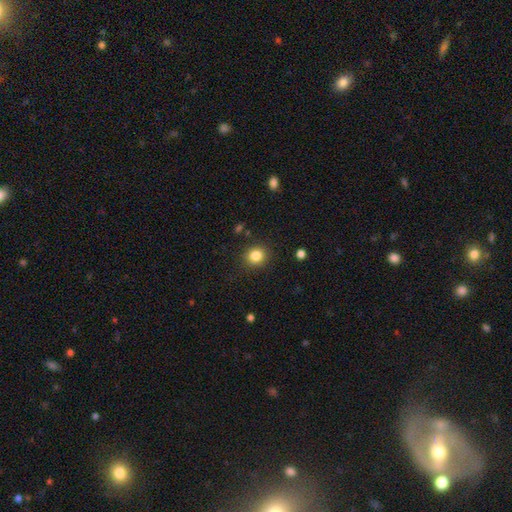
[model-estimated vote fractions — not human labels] This appears to be a smooth galaxy with no disk features (84%) that is round (83%). Merging: none (88%).